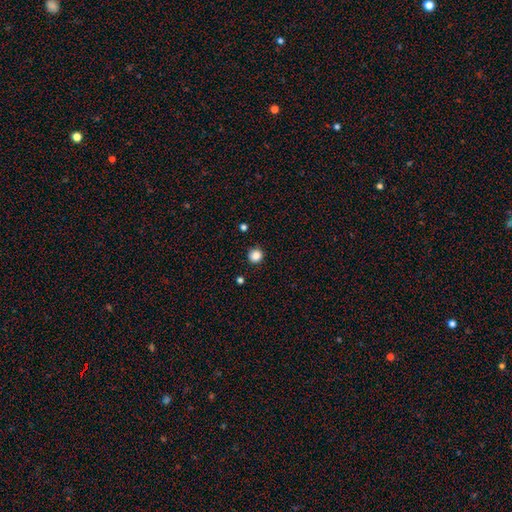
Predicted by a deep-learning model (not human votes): Overall: smooth (86%). How rounded: round (93%). Merging: none (90%).